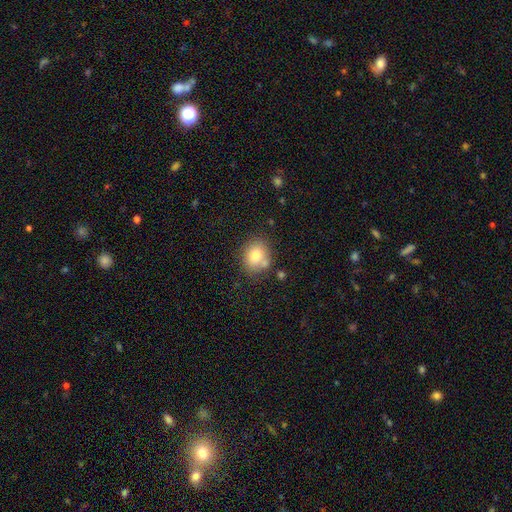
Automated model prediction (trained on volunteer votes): Q: Smooth or featured?
A: smooth (78%); runner-up: featured or disk (13%)
Q: How rounded?
A: round (56%); runner-up: in between (43%)
Q: Merging?
A: none (66%); runner-up: minor disturbance (17%)